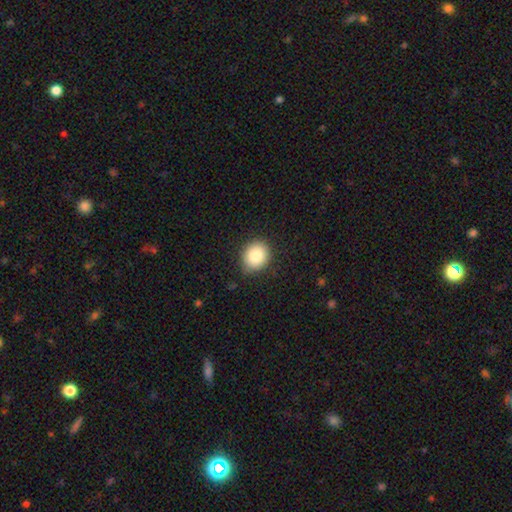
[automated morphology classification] smooth_or_featured: smooth (p=0.85) [alt: star or artifact p=0.09]
how_rounded: round (p=0.71) [alt: in between p=0.29]
merging: none (p=0.84) [alt: minor disturbance p=0.12]